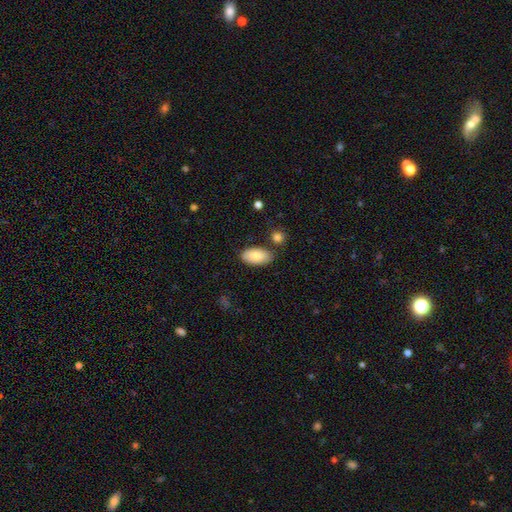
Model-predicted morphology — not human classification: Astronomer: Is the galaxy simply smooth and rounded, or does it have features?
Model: smooth — 83%.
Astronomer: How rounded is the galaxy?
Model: in between — 95%.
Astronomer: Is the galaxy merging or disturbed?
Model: none — 78%.